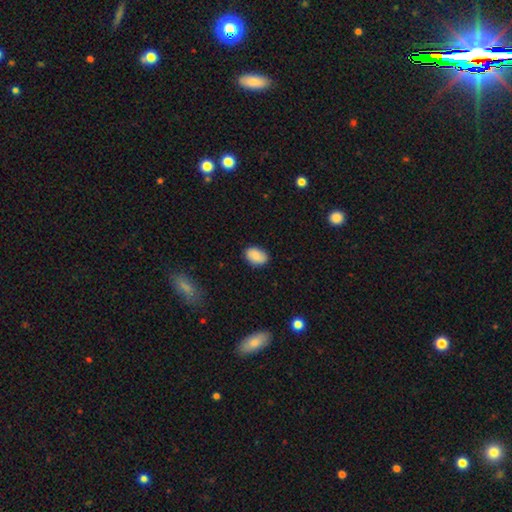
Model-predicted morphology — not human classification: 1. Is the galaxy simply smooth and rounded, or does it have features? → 87% smooth, 7% star or artifact, 6% featured or disk.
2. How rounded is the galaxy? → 85% in between, 13% round, 1% cigar-shaped.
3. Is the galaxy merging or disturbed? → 85% none, 12% minor disturbance, 2% major disturbance, 1% merger.